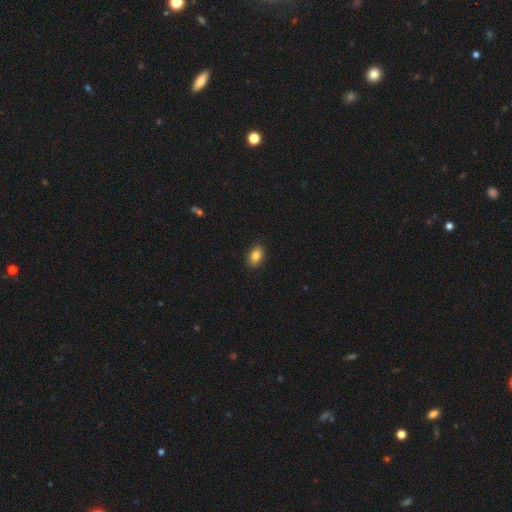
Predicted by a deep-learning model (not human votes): smooth 85%, star or artifact 8%, featured or disk 7%. Down the decision tree: how rounded — in between (88%); merging — none (89%).